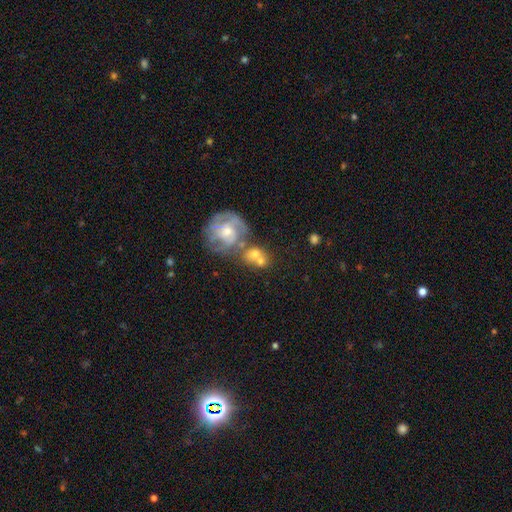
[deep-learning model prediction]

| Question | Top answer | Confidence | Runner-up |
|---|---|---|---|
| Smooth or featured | smooth | 51% | featured or disk (40%) |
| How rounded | round | 65% | in between (33%) |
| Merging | merger | 42% | none (36%) |